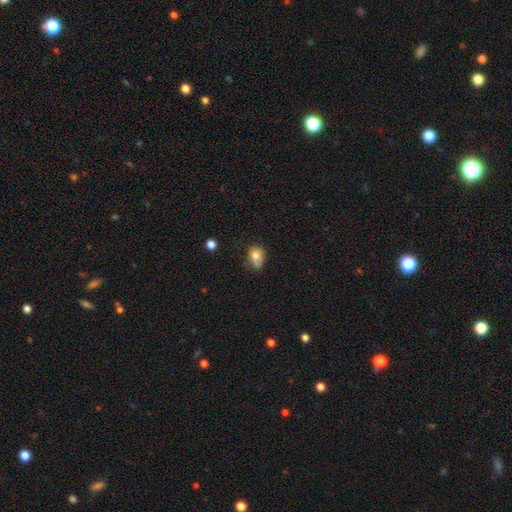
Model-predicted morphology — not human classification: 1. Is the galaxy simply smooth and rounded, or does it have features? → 75% smooth, 15% featured or disk, 10% star or artifact.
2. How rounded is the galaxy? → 67% in between, 32% round, 1% cigar-shaped.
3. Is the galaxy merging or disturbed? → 43% none, 35% minor disturbance, 13% major disturbance, 9% merger.